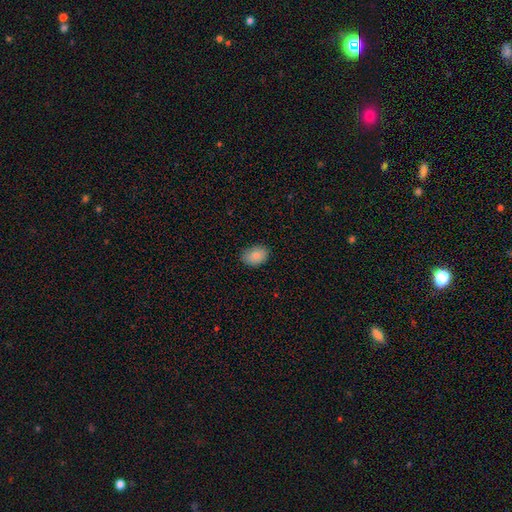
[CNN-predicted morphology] Smooth or featured: smooth — 88% (star or artifact — 7%)
How rounded: in between — 84% (round — 15%)
Merging: none — 87% (minor disturbance — 10%)